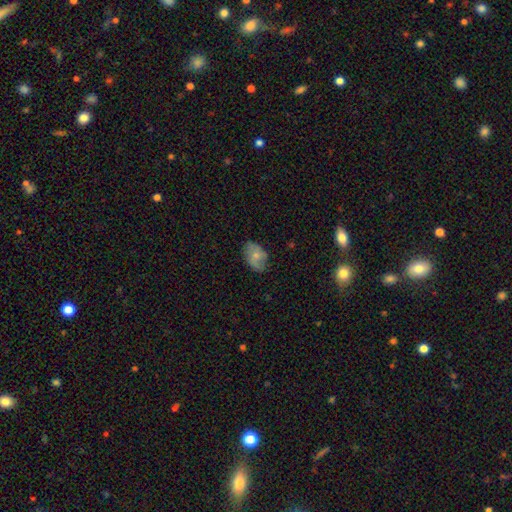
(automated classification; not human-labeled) A smooth galaxy with no disk features (62%) that is in between round and cigar-shaped (86%).

Vote fractions:
- Smooth or featured? smooth: 62% / featured or disk: 30% / star or artifact: 8%
- How rounded? in between: 86% / round: 13% / cigar-shaped: 1%
- Merging? none: 69% / minor disturbance: 24% / major disturbance: 6% / merger: 1%